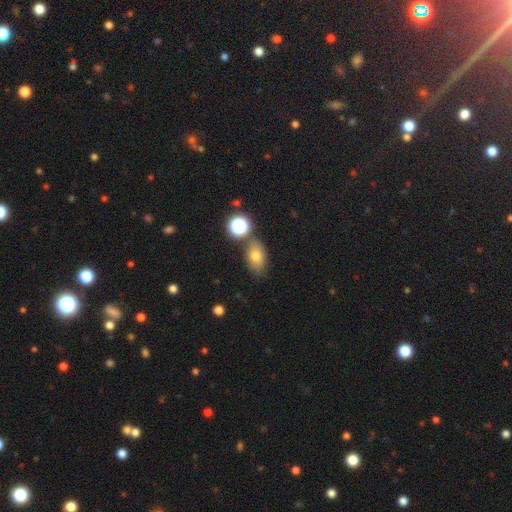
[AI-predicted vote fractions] smooth 71%, featured or disk 15%, star or artifact 14%. Down the decision tree: how rounded — in between (80%); merging — none (70%).